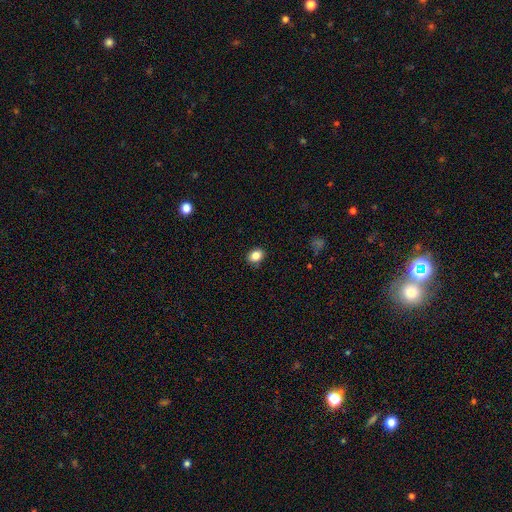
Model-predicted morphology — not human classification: This is clearly a smooth galaxy (85%). How rounded: possibly in between (53%). Merging: clearly none (88%).